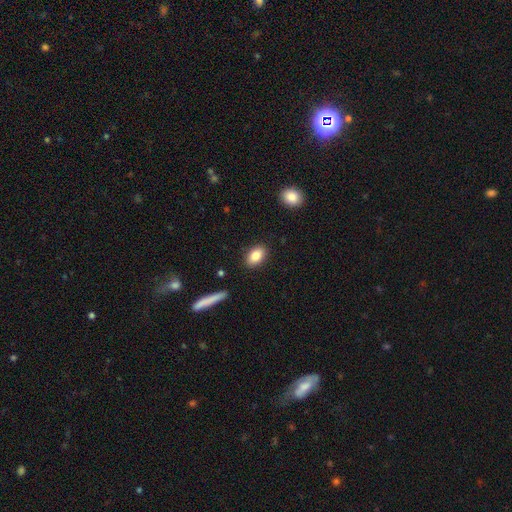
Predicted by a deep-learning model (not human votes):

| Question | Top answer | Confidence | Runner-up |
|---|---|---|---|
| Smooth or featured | smooth | 85% | featured or disk (8%) |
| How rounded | in between | 87% | round (10%) |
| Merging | none | 88% | minor disturbance (8%) |